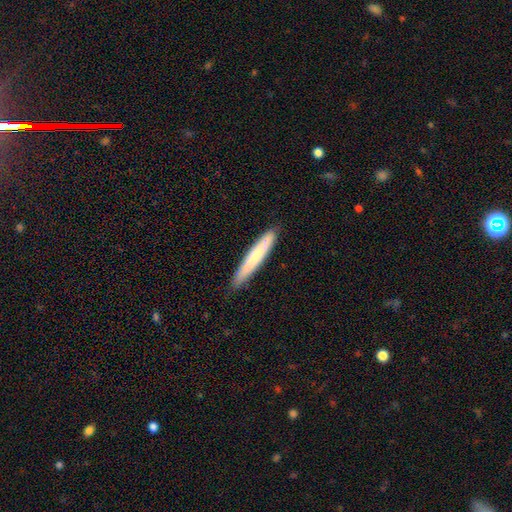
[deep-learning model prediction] Smooth or featured? Predicted: smooth (p=0.71). How rounded? Predicted: cigar-shaped (p=0.94). Merging? Predicted: none (p=0.87).